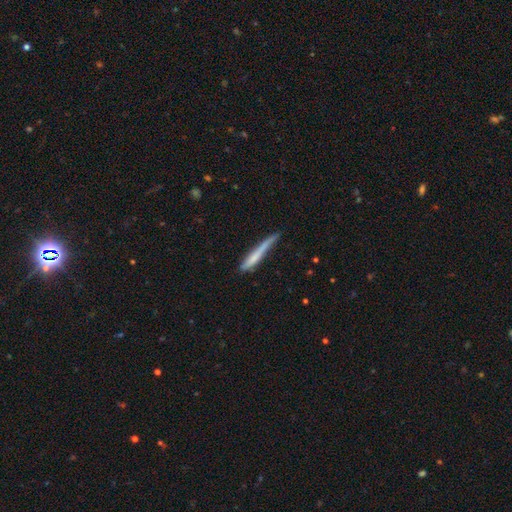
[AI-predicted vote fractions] Smooth or featured: smooth — 64% (featured or disk — 30%)
How rounded: cigar-shaped — 95% (in between — 3%)
Merging: none — 56% (minor disturbance — 31%)